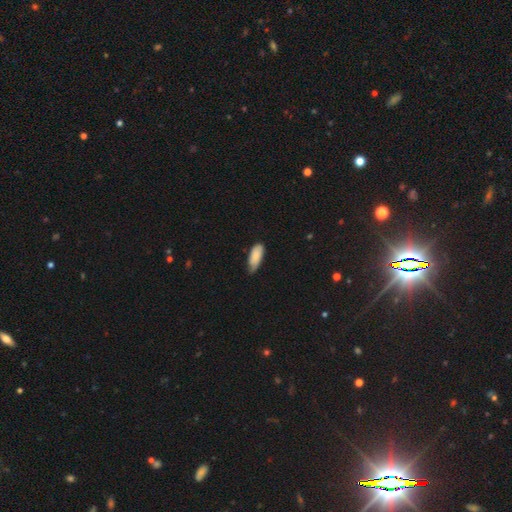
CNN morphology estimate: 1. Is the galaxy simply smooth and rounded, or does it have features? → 83% smooth, 11% featured or disk, 6% star or artifact.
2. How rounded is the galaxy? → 80% in between, 19% cigar-shaped, 2% round.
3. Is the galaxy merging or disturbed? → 54% none, 39% minor disturbance, 5% major disturbance, 2% merger.